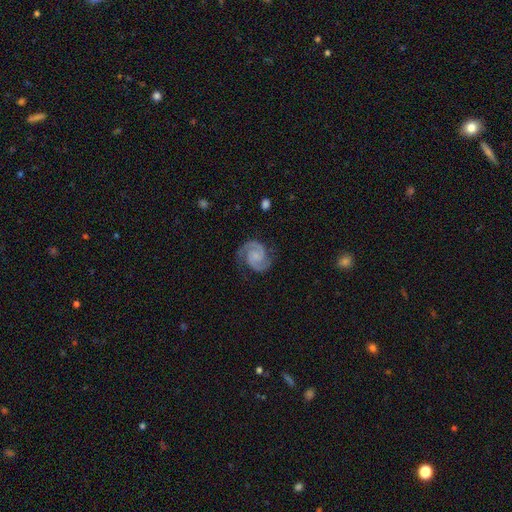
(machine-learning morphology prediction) Overall: featured or disk (91%). Edge-on disk: no (98%). Bar: no (64%; weak 30%). Spiral arms: yes (98%). Spiral arm count: 2 (94%). Spiral winding: medium (47%; tight 45%). Bulge size: small (45%; none 34%). Merging: none (81%).